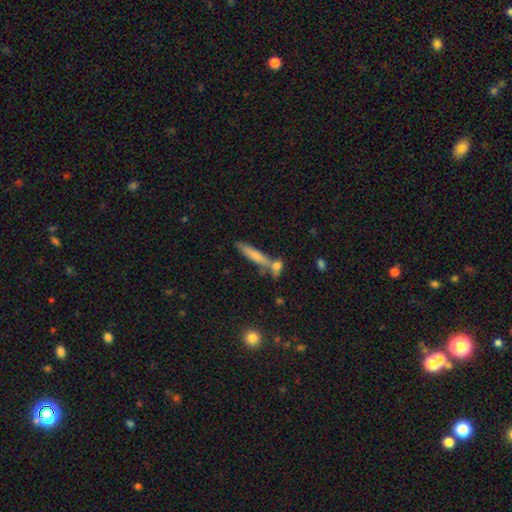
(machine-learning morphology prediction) smooth 58%, featured or disk 34%, star or artifact 9%. Down the decision tree: how rounded — cigar-shaped (88%); merging — none (63%).